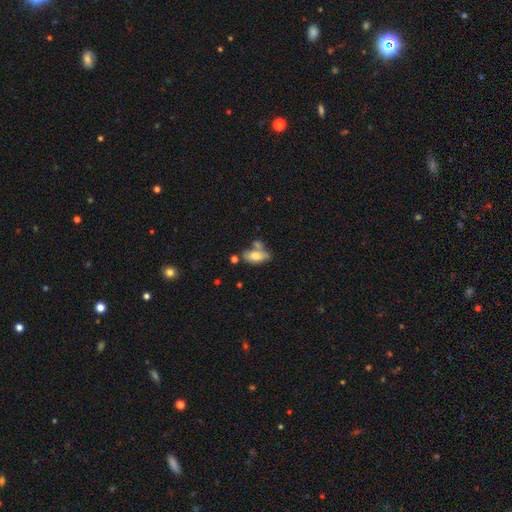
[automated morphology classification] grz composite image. It shows a smooth galaxy with no disk features (73%) that is in between round and cigar-shaped (88%). Merging: none (47%).